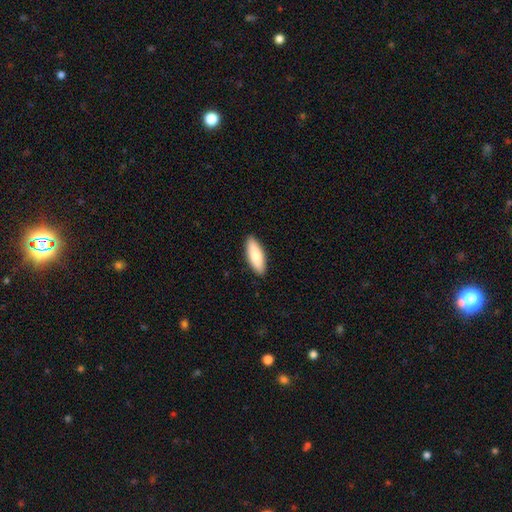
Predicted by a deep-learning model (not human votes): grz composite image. It shows a smooth galaxy with no disk features (83%) that is in between round and cigar-shaped (63%). Merging: none (90%).